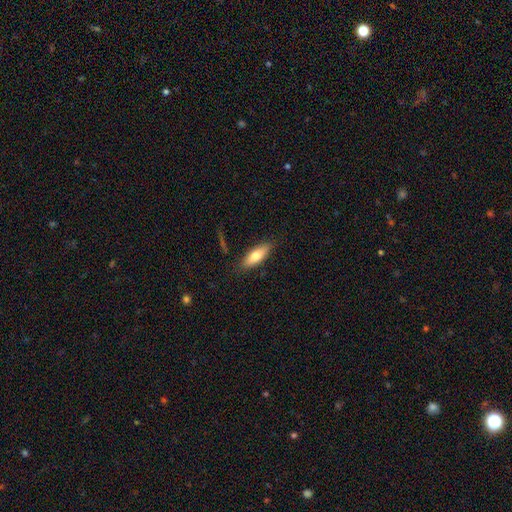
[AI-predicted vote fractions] The model was most divided on "how rounded": in between: 60%, cigar-shaped: 37%, round: 2%. More confident: merging — none (82%); smooth or featured — smooth (72%).